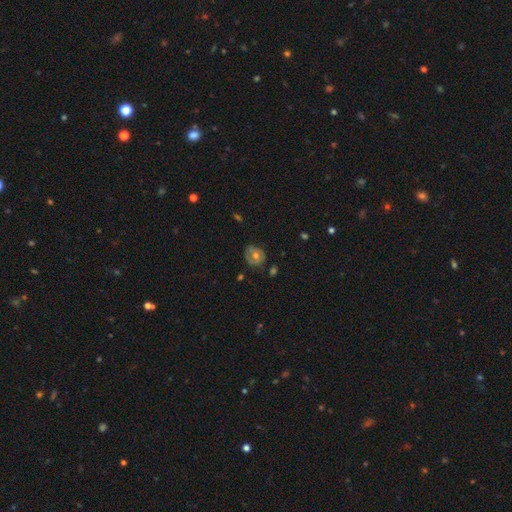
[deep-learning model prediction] Overall: featured or disk (47%; smooth 44%). Merging: none (68%).